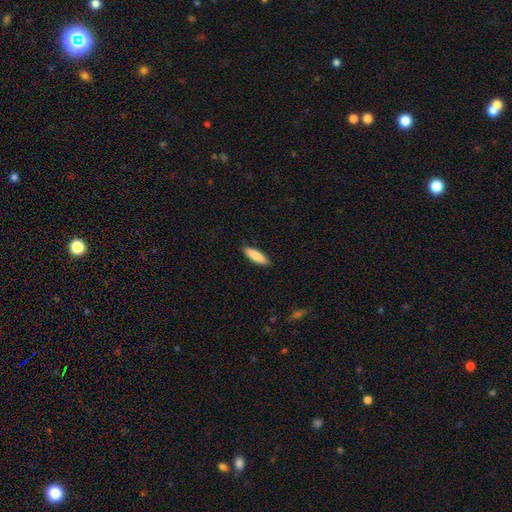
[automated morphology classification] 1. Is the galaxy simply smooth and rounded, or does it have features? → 83% smooth, 11% featured or disk, 6% star or artifact.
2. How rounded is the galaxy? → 61% cigar-shaped, 38% in between, 1% round.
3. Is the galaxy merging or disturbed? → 89% none, 8% minor disturbance, 2% major disturbance, 1% merger.